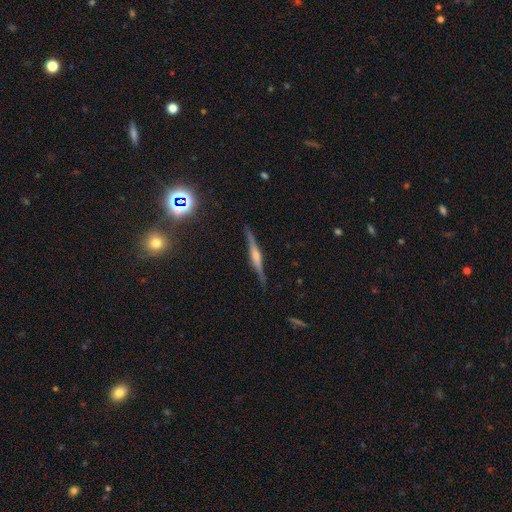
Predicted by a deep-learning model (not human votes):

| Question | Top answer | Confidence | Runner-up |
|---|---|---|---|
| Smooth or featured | featured or disk | 78% | smooth (13%) |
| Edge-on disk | yes | 98% | no (2%) |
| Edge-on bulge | rounded | 75% | boxy (17%) |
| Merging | none | 89% | minor disturbance (8%) |